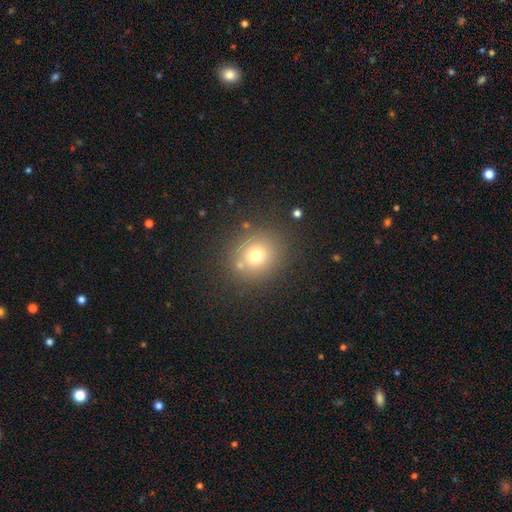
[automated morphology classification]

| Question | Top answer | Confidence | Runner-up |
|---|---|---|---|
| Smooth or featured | smooth | 70% | star or artifact (17%) |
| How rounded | round | 85% | in between (14%) |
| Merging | none | 80% | minor disturbance (9%) |